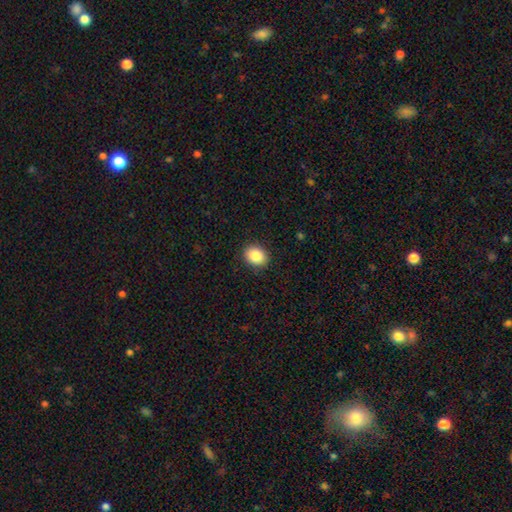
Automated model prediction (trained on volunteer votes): smooth-or-featured: smooth: 86% | star or artifact: 8% | featured or disk: 5%
  how-rounded: in between: 54% | round: 46% | cigar-shaped: 1%
  merging: none: 90% | minor disturbance: 7% | major disturbance: 2% | merger: 1%